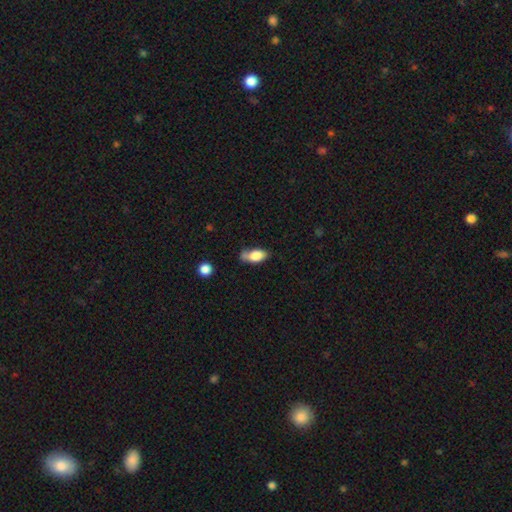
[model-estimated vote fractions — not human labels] Morphology: type=smooth (78%); roundness=in between (88%); merging=none (47%).